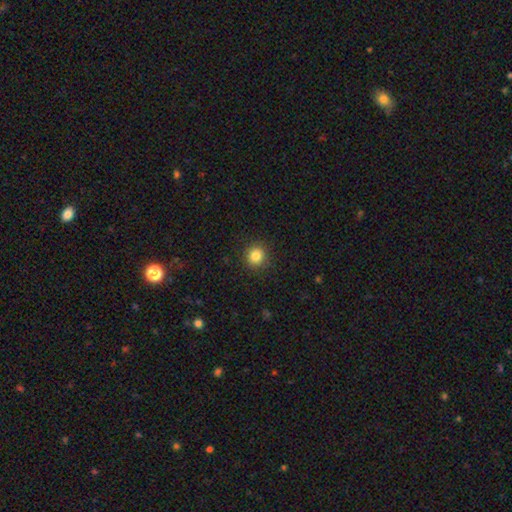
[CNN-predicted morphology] A smooth galaxy with no disk features (84%) that is round (92%).

Vote fractions:
- Smooth or featured? smooth: 84% / star or artifact: 11% / featured or disk: 5%
- How rounded? round: 92% / in between: 7% / cigar-shaped: 1%
- Merging? none: 91% / minor disturbance: 6% / major disturbance: 2% / merger: 1%